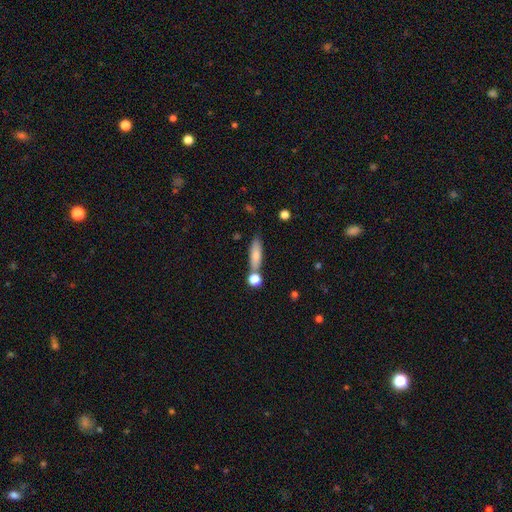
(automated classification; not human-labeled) Smooth or featured?
  - smooth: 77% *
  - featured or disk: 16%
  - star or artifact: 7%
How rounded?
  - cigar-shaped: 56% *
  - in between: 41%
  - round: 3%
Merging?
  - none: 68% *
  - merger: 15%
  - minor disturbance: 14%
  - major disturbance: 4%